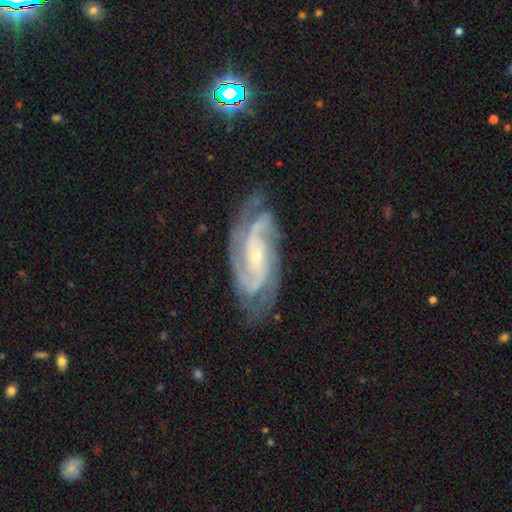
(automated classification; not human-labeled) This appears to be a featured or disk galaxy (91%) with no bar (56%), 3 (36%) tight (53%) spiral arms (98%) and a small central bulge (74%). Merging: none (76%).